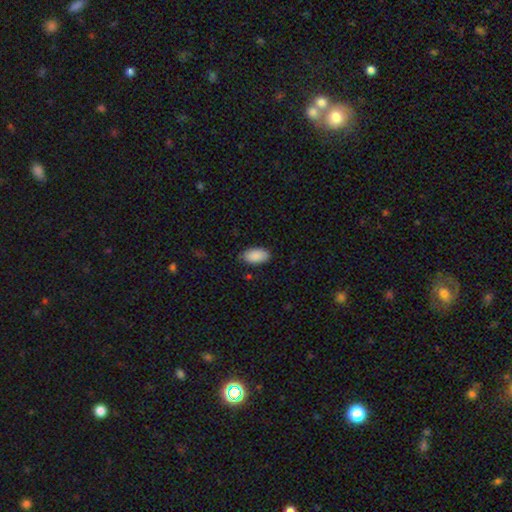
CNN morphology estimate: This is clearly a smooth galaxy (90%). How rounded: clearly in between (95%). Merging: clearly none (82%).